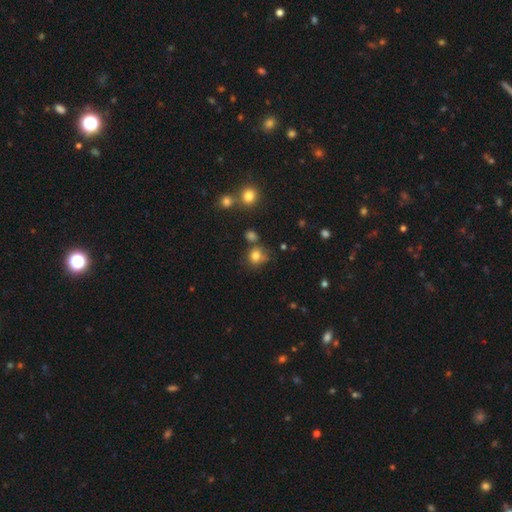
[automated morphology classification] smooth_or_featured: smooth (p=0.78) [alt: star or artifact p=0.14]
how_rounded: round (p=0.74) [alt: in between p=0.25]
merging: none (p=0.60) [alt: minor disturbance p=0.21]